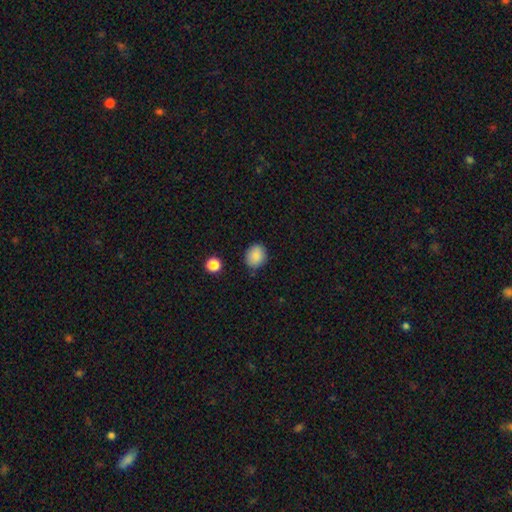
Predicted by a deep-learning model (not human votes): smooth 86%, star or artifact 9%, featured or disk 5%. Down the decision tree: how rounded — round (61%); merging — none (83%).